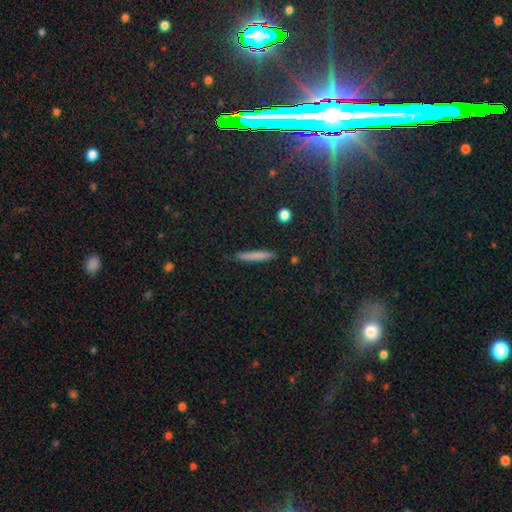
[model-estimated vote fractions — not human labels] Smooth or featured: smooth — 75% (featured or disk — 17%)
How rounded: cigar-shaped — 95% (in between — 4%)
Merging: none — 87% (minor disturbance — 9%)